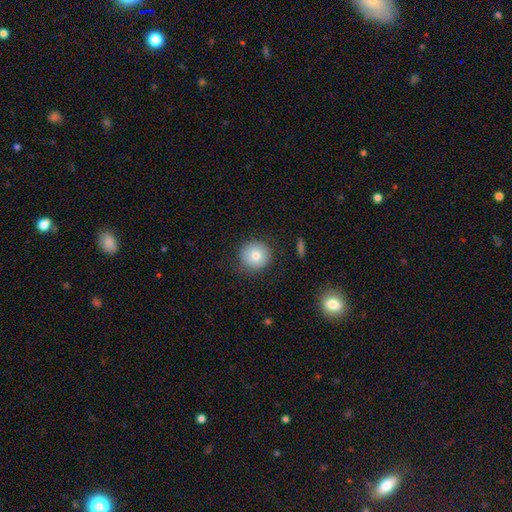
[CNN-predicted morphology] Smooth or featured?
  - smooth: 79% *
  - featured or disk: 11%
  - star or artifact: 10%
How rounded?
  - round: 94% *
  - in between: 5%
  - cigar-shaped: 1%
Merging?
  - none: 85% *
  - minor disturbance: 11%
  - major disturbance: 3%
  - merger: 1%